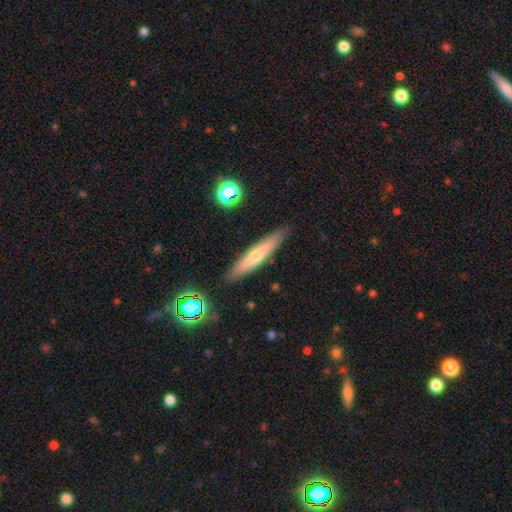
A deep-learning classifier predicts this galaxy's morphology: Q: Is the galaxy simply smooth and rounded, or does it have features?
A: smooth — 50%.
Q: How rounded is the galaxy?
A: cigar-shaped — 91%.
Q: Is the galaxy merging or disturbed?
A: none — 89%.